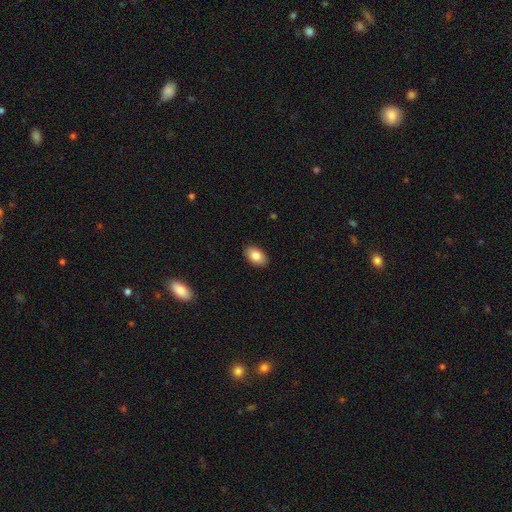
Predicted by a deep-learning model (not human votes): Smooth or featured: smooth — 84% (featured or disk — 9%)
How rounded: in between — 90% (round — 9%)
Merging: none — 90% (minor disturbance — 8%)